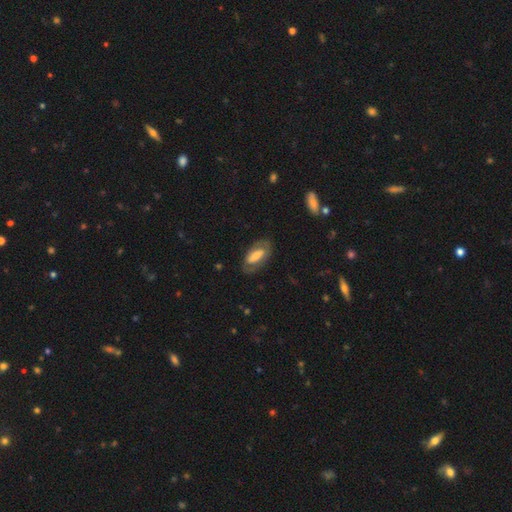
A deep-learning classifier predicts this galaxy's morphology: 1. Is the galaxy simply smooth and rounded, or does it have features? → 49% featured or disk, 45% smooth, 6% star or artifact.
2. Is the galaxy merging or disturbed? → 73% none, 17% minor disturbance, 8% major disturbance, 1% merger.